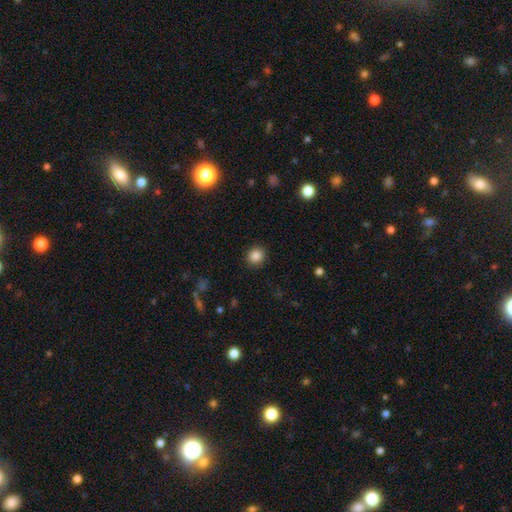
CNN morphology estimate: A smooth galaxy with no disk features (85%) that is round (86%).

Vote fractions:
- Smooth or featured? smooth: 85% / star or artifact: 11% / featured or disk: 4%
- How rounded? round: 86% / in between: 13% / cigar-shaped: 1%
- Merging? none: 91% / minor disturbance: 6% / major disturbance: 2% / merger: 1%